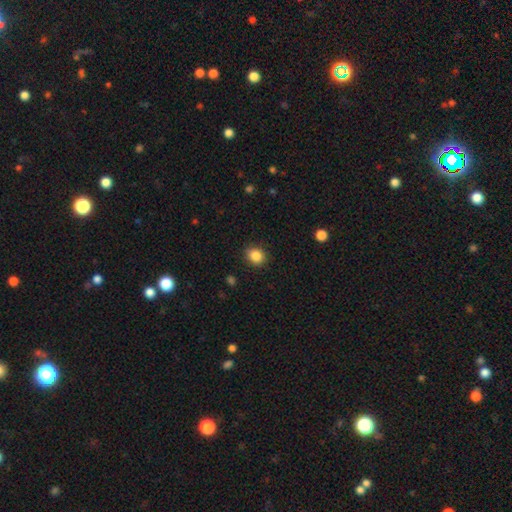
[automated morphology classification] Smooth or featured?
  - smooth: 86% *
  - star or artifact: 10%
  - featured or disk: 4%
How rounded?
  - round: 63% *
  - in between: 36%
  - cigar-shaped: 1%
Merging?
  - none: 87% *
  - minor disturbance: 9%
  - major disturbance: 2%
  - merger: 1%